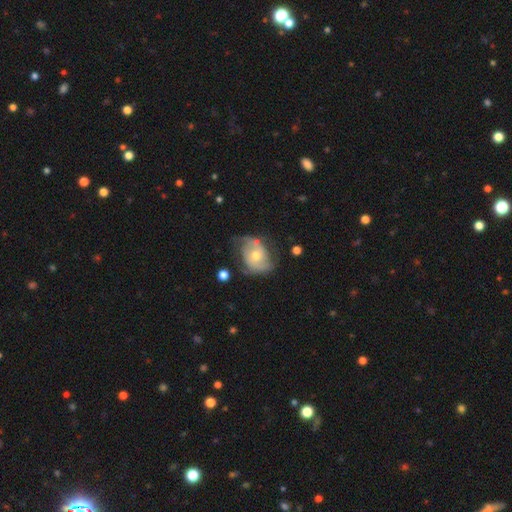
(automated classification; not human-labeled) Smooth or featured? Predicted: featured or disk (p=0.59). Edge-on disk? Predicted: no (p=0.96). Bar? Predicted: no (p=0.74). Spiral arms? Predicted: yes (p=0.70). Bulge size? Predicted: moderate (p=0.64). Merging? Predicted: none (p=0.47).